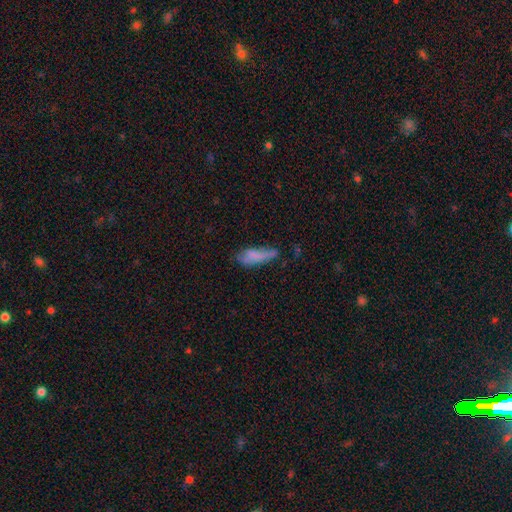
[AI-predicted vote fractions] Smooth or featured: smooth — 68% (featured or disk — 21%)
How rounded: in between — 53% (cigar-shaped — 44%)
Merging: none — 37% (minor disturbance — 34%)